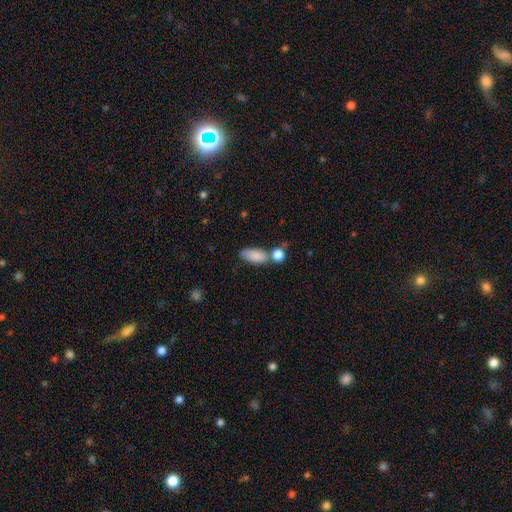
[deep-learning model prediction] Morphology: type=smooth (85%); roundness=in between (83%); merging=none (54%).